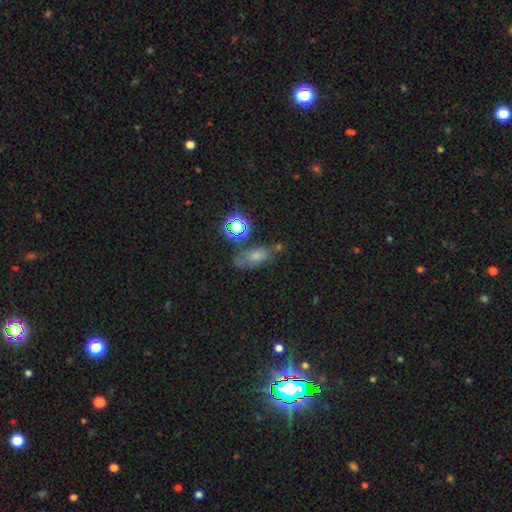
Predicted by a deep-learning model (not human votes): The model was most divided on "merging": none: 56%, minor disturbance: 23%, merger: 12%, major disturbance: 10%. More confident: how rounded — in between (74%); smooth or featured — smooth (63%).